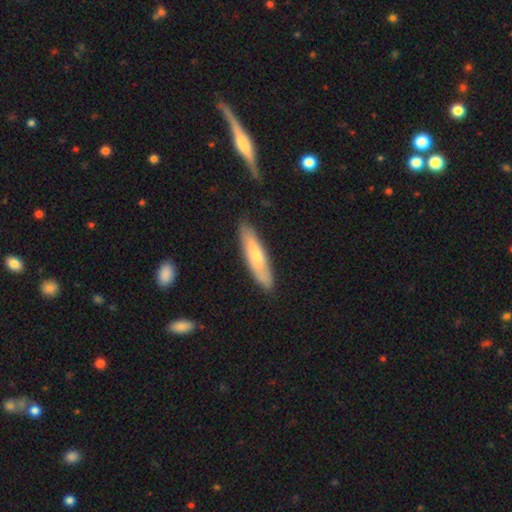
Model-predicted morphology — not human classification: smooth_or_featured: smooth (p=0.65) [alt: featured or disk p=0.29]
how_rounded: cigar-shaped (p=0.80) [alt: in between p=0.19]
merging: none (p=0.83) [alt: minor disturbance p=0.13]